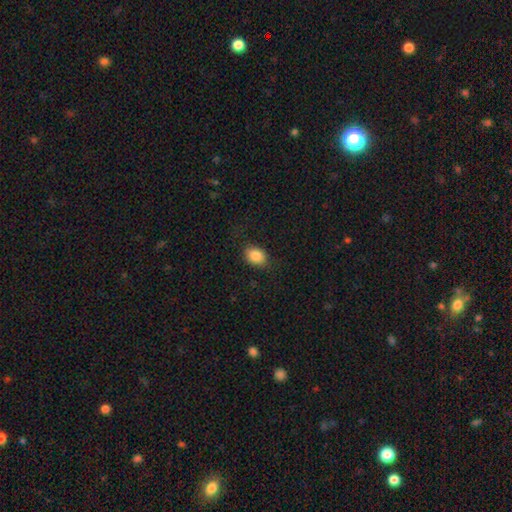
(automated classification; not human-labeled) The model was most divided on "how rounded": in between: 72%, round: 27%, cigar-shaped: 1%. More confident: smooth or featured — smooth (87%); merging — none (82%).